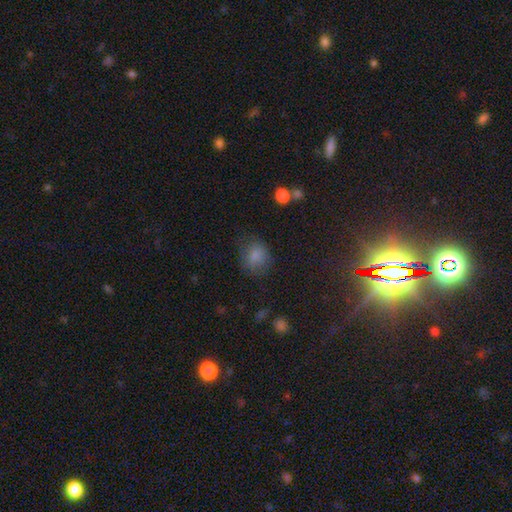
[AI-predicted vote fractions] Morphology: type=smooth (80%); roundness=round (64%); merging=none (70%).